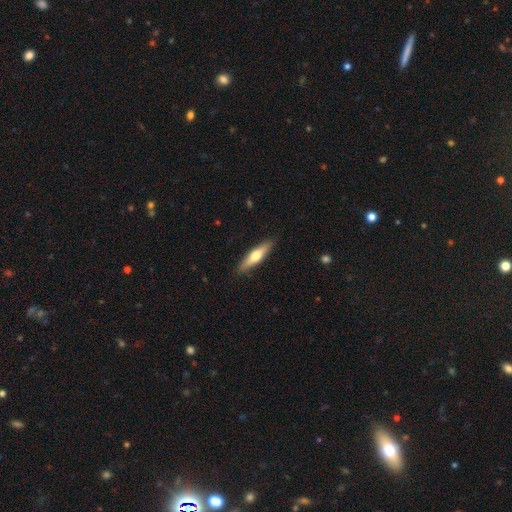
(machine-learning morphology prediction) Q: Smooth or featured?
A: smooth (50%); runner-up: featured or disk (44%)
Q: How rounded?
A: cigar-shaped (75%); runner-up: in between (23%)
Q: Merging?
A: none (89%); runner-up: minor disturbance (8%)